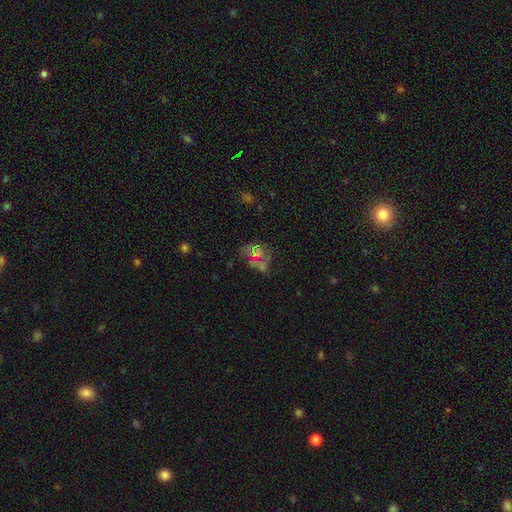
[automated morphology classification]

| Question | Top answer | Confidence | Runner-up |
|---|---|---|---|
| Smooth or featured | star or artifact | 43% | smooth (37%) |